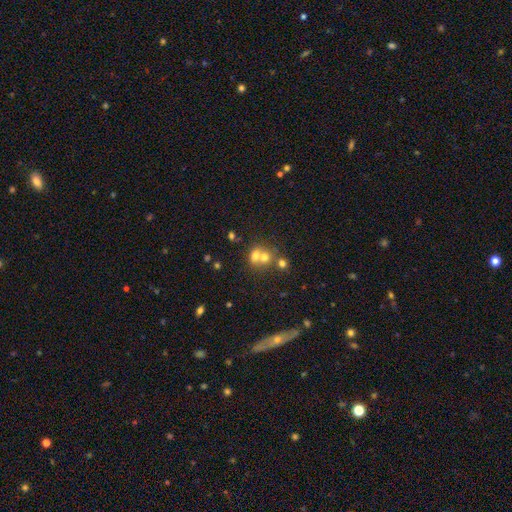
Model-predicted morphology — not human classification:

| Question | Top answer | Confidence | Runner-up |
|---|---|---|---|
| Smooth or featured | smooth | 65% | featured or disk (20%) |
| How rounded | round | 71% | in between (28%) |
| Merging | merger | 62% | none (30%) |